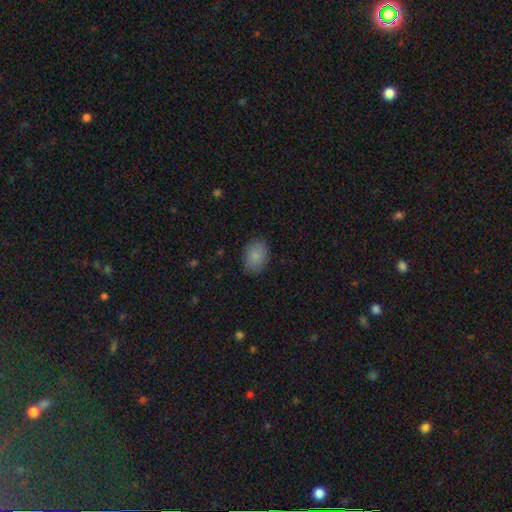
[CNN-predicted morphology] Smooth or featured? smooth (87%)
How rounded? in between (82%)
Merging? none (85%)